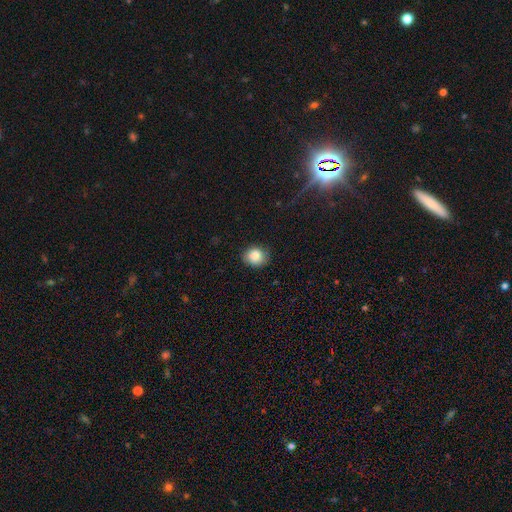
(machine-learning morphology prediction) A smooth galaxy with no disk features (86%) that is round (74%).

Vote fractions:
- Smooth or featured? smooth: 86% / star or artifact: 9% / featured or disk: 5%
- How rounded? round: 74% / in between: 25% / cigar-shaped: 1%
- Merging? none: 83% / minor disturbance: 14% / major disturbance: 3% / merger: 1%